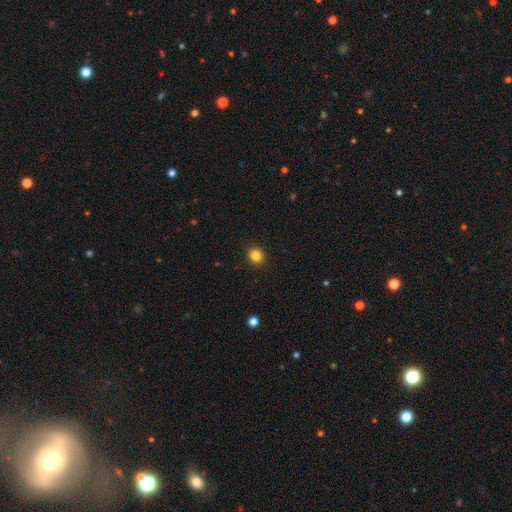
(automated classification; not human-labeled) Morphology: type=smooth (84%); roundness=round (89%); merging=none (92%).